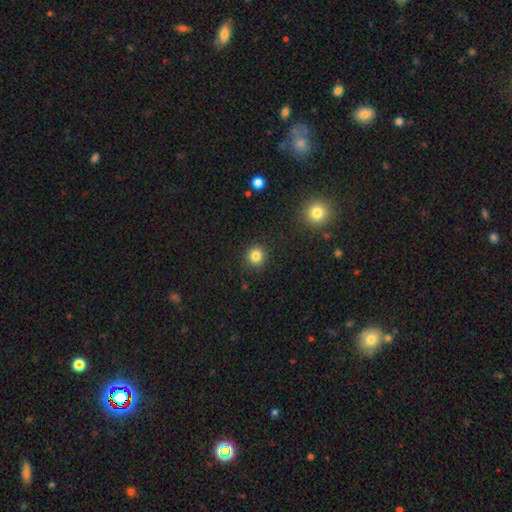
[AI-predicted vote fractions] Smooth or featured?
  - smooth: 84% *
  - star or artifact: 12%
  - featured or disk: 5%
How rounded?
  - round: 90% *
  - in between: 9%
  - cigar-shaped: 1%
Merging?
  - none: 90% *
  - minor disturbance: 6%
  - major disturbance: 2%
  - merger: 1%